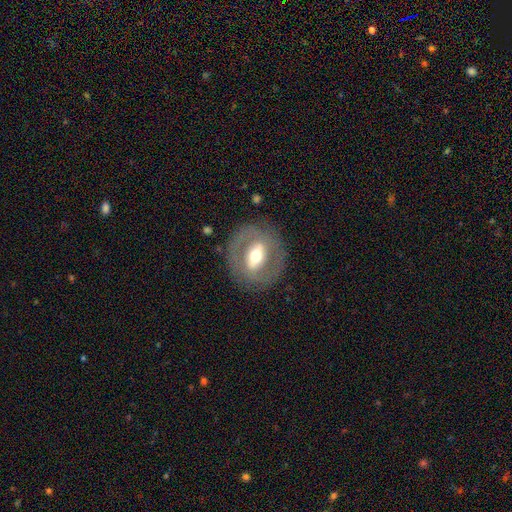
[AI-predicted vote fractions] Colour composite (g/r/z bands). It shows a featured or disk galaxy (66%) with a strong bar (51%), no spiral arms (65%) and a moderate central bulge (67%). Merging: none (81%).